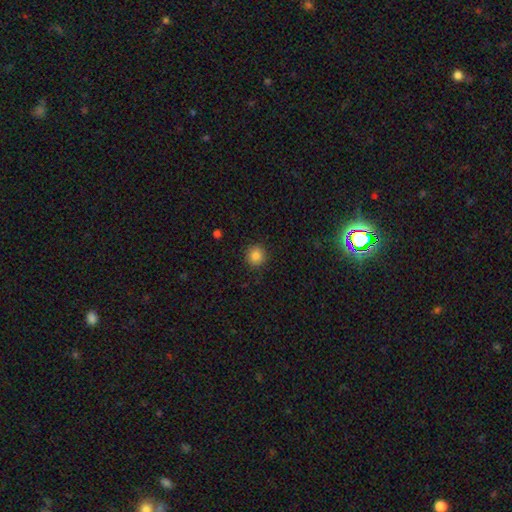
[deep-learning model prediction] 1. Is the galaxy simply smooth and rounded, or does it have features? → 85% smooth, 11% star or artifact, 4% featured or disk.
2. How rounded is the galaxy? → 93% round, 6% in between, 1% cigar-shaped.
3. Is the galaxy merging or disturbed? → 90% none, 7% minor disturbance, 2% major disturbance, 1% merger.